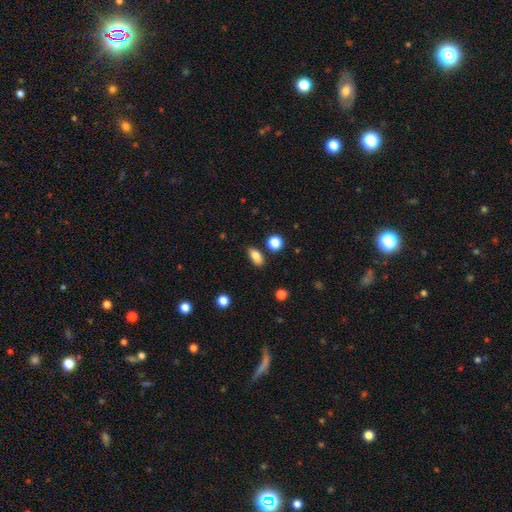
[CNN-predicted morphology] Smooth or featured? Predicted: smooth (p=0.83). How rounded? Predicted: in between (p=0.86). Merging? Predicted: none (p=0.81).